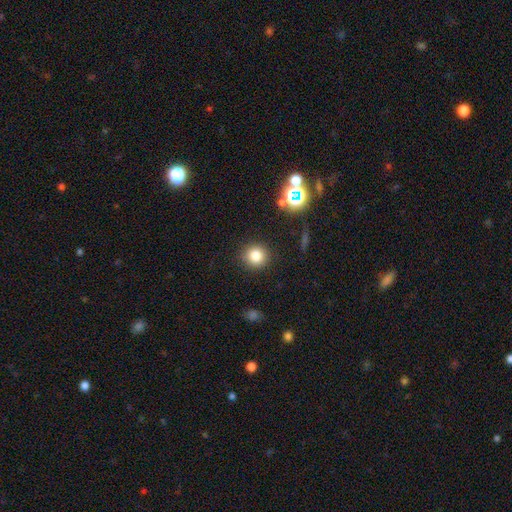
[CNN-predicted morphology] Smooth or featured? Predicted: smooth (p=0.81). How rounded? Predicted: round (p=0.92). Merging? Predicted: none (p=0.89).